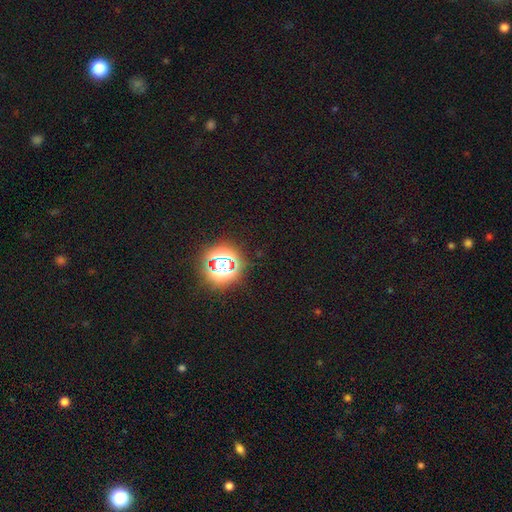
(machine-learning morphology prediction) Smooth or featured?
  - star or artifact: 79% *
  - smooth: 15%
  - featured or disk: 6%